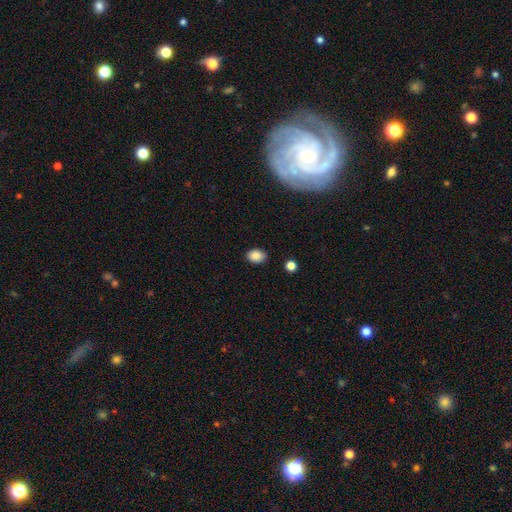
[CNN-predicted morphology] The model was most divided on "how rounded": in between: 68%, round: 31%, cigar-shaped: 1%. More confident: smooth or featured — smooth (87%); merging — none (87%).